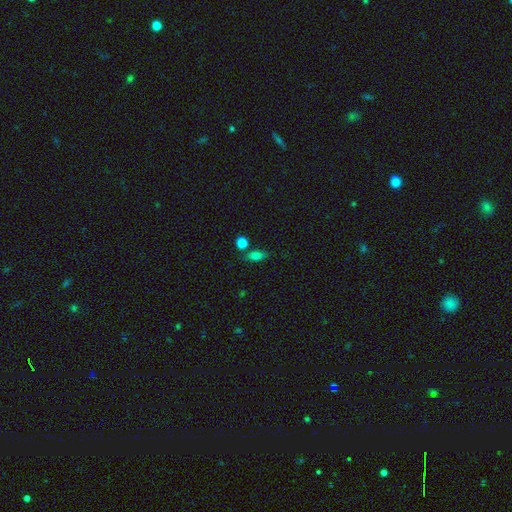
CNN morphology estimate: Smooth or featured?
  - smooth: 78% *
  - star or artifact: 12%
  - featured or disk: 10%
How rounded?
  - in between: 77% *
  - cigar-shaped: 12%
  - round: 11%
Merging?
  - none: 68% *
  - minor disturbance: 14%
  - merger: 13%
  - major disturbance: 4%